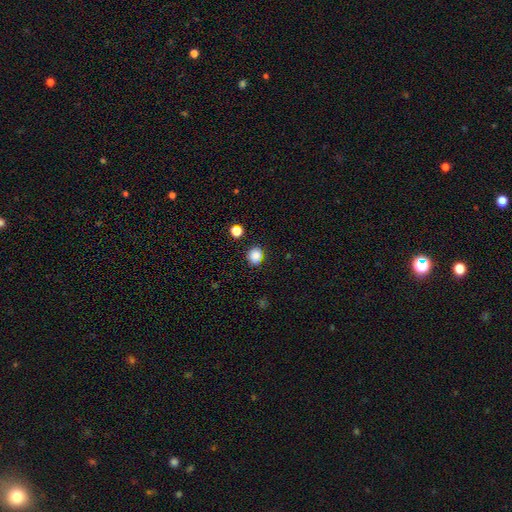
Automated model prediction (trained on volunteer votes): The model was most divided on "how rounded": round: 84%, in between: 15%, cigar-shaped: 1%. More confident: merging — none (86%); smooth or featured — smooth (85%).